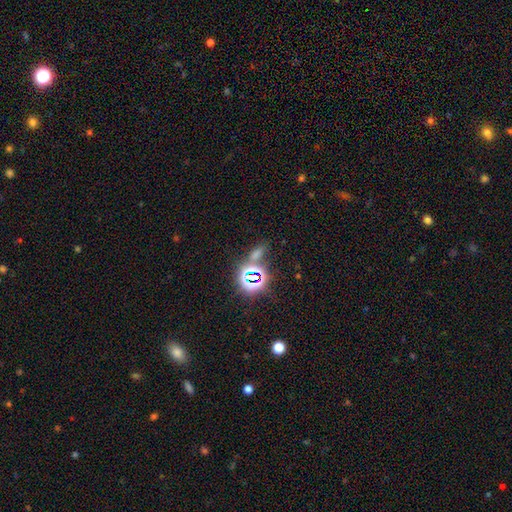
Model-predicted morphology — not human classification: Smooth or featured: star or artifact — 71% (smooth — 19%)